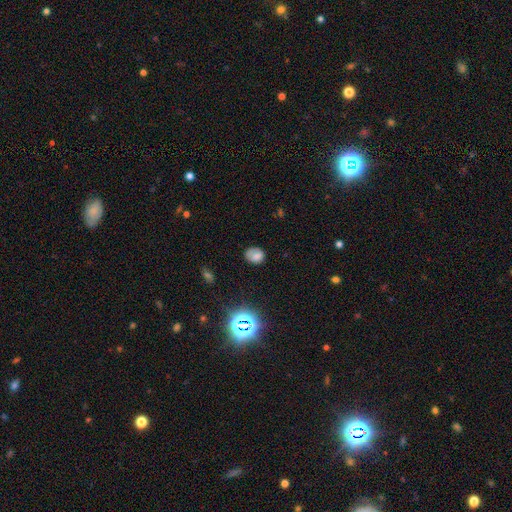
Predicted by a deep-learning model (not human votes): Smooth or featured: smooth — 73% (star or artifact — 15%)
How rounded: round — 54% (in between — 45%)
Merging: none — 66% (minor disturbance — 24%)